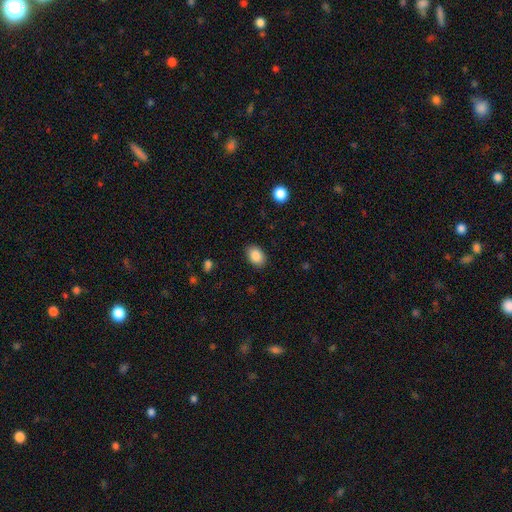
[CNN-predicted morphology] This is clearly a smooth galaxy (88%). How rounded: clearly in between (80%). Merging: clearly none (88%).